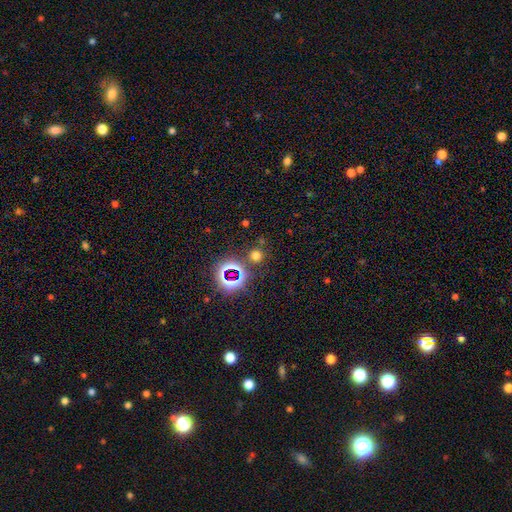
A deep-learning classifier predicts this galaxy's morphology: Overall: smooth (59%; star or artifact 35%). How rounded: round (91%). Merging: none (80%).